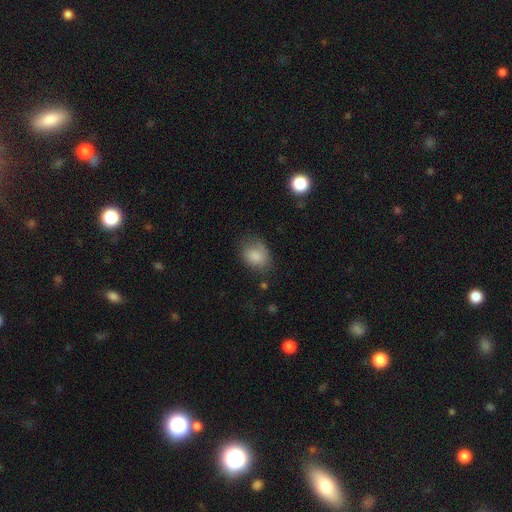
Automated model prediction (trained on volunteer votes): Smooth or featured: smooth — 84% (star or artifact — 8%)
How rounded: in between — 64% (round — 35%)
Merging: none — 60% (minor disturbance — 27%)